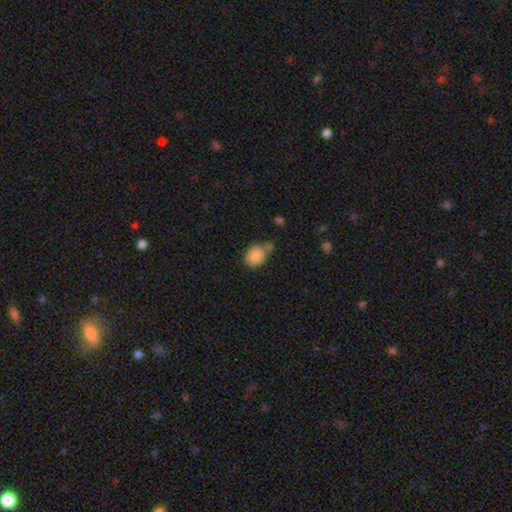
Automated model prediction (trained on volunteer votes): smooth-or-featured: smooth: 85% | star or artifact: 8% | featured or disk: 7%
  how-rounded: in between: 56% | round: 43% | cigar-shaped: 1%
  merging: none: 50% | minor disturbance: 25% | merger: 18% | major disturbance: 6%